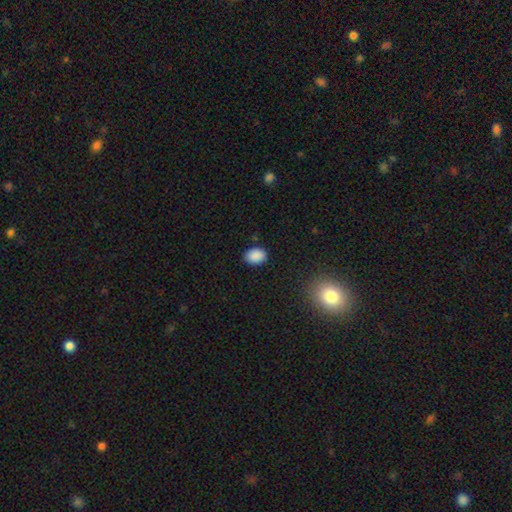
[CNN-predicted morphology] smooth_or_featured: smooth (p=0.88) [alt: star or artifact p=0.09]
how_rounded: in between (p=0.72) [alt: round p=0.27]
merging: none (p=0.87) [alt: minor disturbance p=0.10]